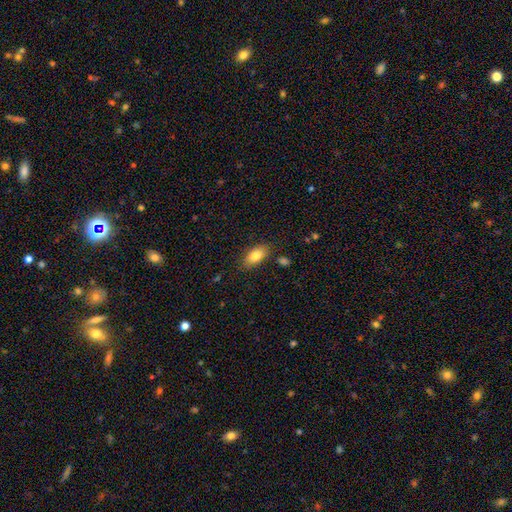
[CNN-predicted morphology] Smooth or featured? smooth (82%)
How rounded? in between (90%)
Merging? none (82%)